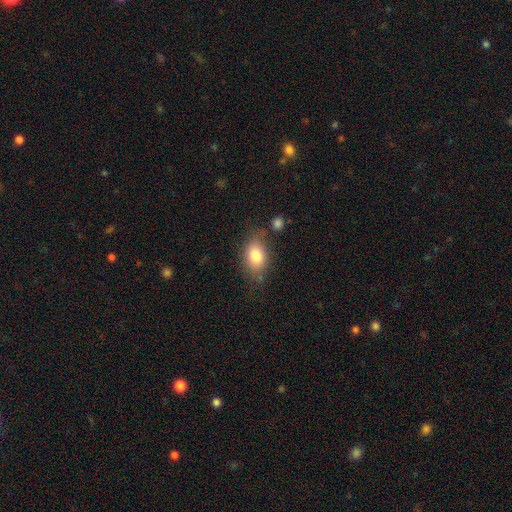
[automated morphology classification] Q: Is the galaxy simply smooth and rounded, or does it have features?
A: smooth — 79%.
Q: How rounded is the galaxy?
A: in between — 81%.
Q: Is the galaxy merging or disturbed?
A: none — 68%.